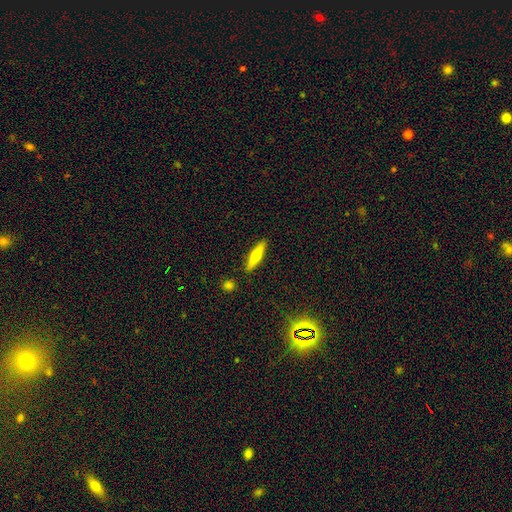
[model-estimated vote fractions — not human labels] smooth-or-featured: smooth: 52% | featured or disk: 42% | star or artifact: 7%
  how-rounded: cigar-shaped: 82% | in between: 16% | round: 2%
  merging: none: 89% | minor disturbance: 7% | merger: 2% | major disturbance: 2%